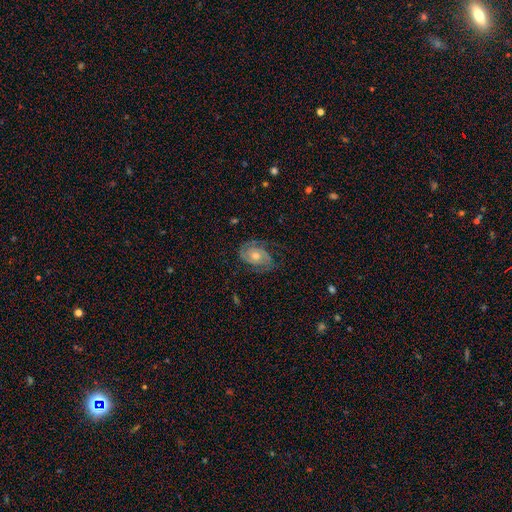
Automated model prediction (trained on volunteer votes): This appears to be a featured or disk galaxy (73%) with no bar (74%), 2 (65%) tight (48%) spiral arms (90%) and a moderate central bulge (64%). Merging: none (65%).